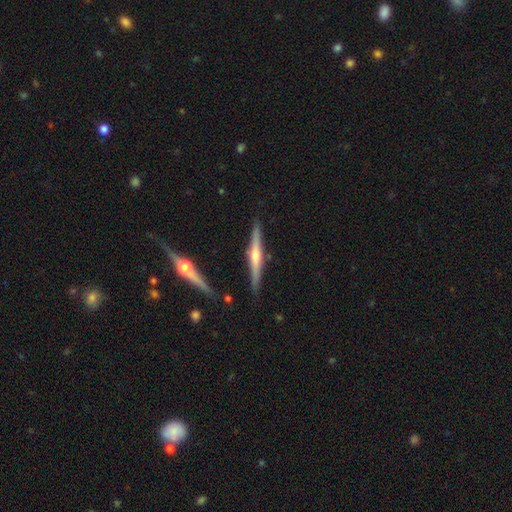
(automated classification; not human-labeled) A featured or disk galaxy (72%) viewed edge-on (98%) with a rounded central bulge (84%). Merging: none (87%).